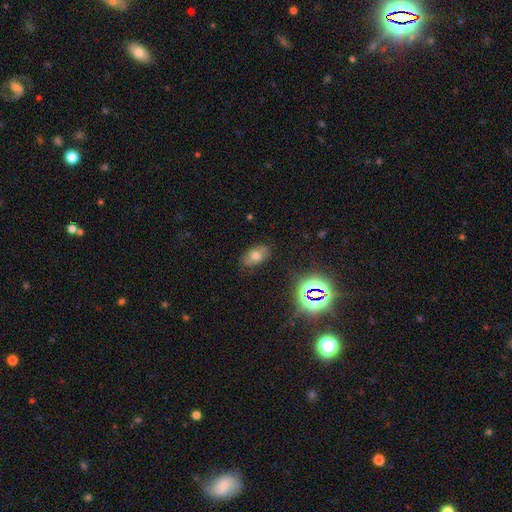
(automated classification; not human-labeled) Smooth or featured? Predicted: smooth (p=0.62). How rounded? Predicted: in between (p=0.88). Merging? Predicted: none (p=0.81).